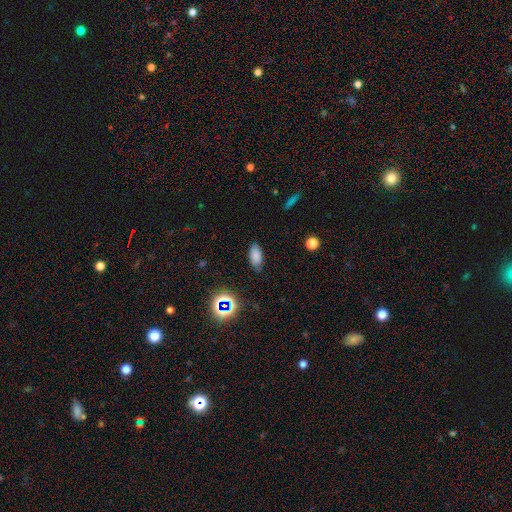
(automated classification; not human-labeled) smooth_or_featured: smooth (p=0.78) [alt: star or artifact p=0.14]
how_rounded: in between (p=0.89) [alt: cigar-shaped p=0.07]
merging: none (p=0.81) [alt: minor disturbance p=0.14]